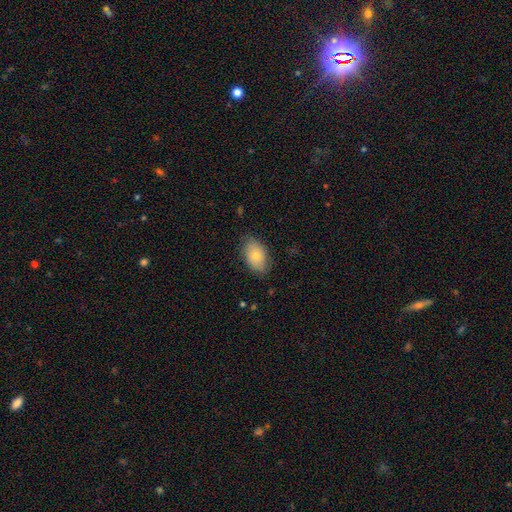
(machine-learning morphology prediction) A smooth galaxy with no disk features (77%) that is in between round and cigar-shaped (90%). Merging: none (78%).